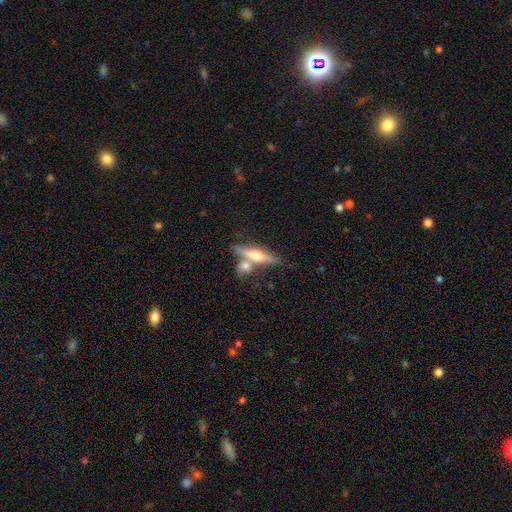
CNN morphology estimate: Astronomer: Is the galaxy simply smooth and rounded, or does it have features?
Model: featured or disk — 57% (runner-up: smooth, 37%).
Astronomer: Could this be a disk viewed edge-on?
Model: yes — 92%.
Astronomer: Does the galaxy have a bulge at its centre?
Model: rounded — 90%.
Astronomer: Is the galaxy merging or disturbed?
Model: none — 57%.